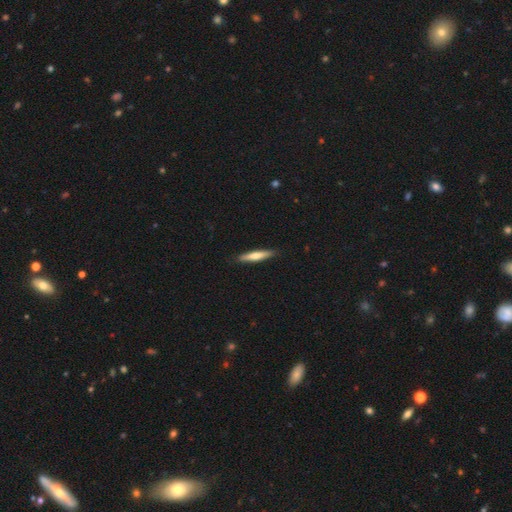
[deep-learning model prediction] Smooth or featured? smooth (65%)
How rounded? cigar-shaped (89%)
Merging? none (89%)